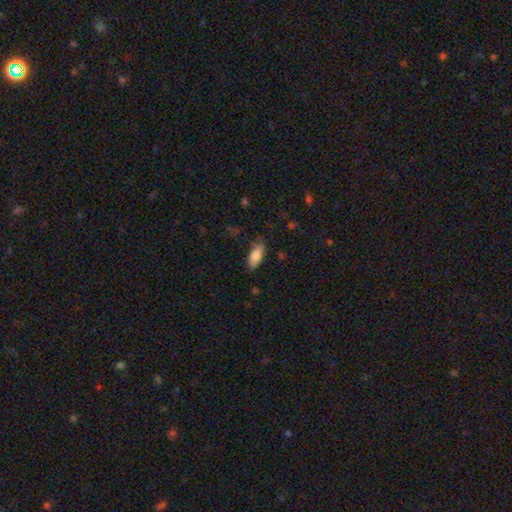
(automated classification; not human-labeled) Q: Smooth or featured?
A: smooth (81%); runner-up: featured or disk (12%)
Q: How rounded?
A: in between (82%); runner-up: cigar-shaped (16%)
Q: Merging?
A: none (71%); runner-up: minor disturbance (22%)